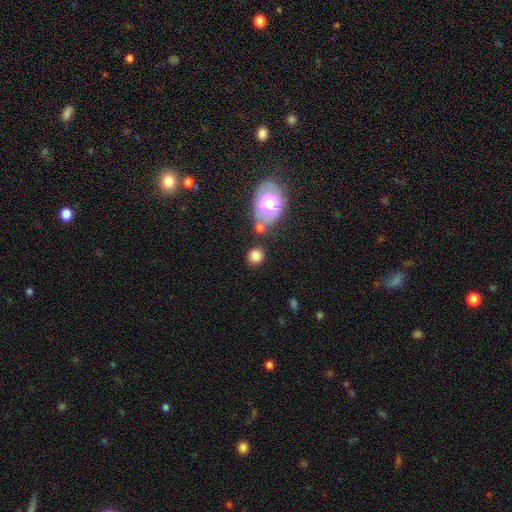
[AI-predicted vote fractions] Smooth or featured?
  - smooth: 78% *
  - star or artifact: 16%
  - featured or disk: 7%
How rounded?
  - round: 82% *
  - in between: 17%
  - cigar-shaped: 1%
Merging?
  - none: 77% *
  - merger: 10%
  - minor disturbance: 10%
  - major disturbance: 4%